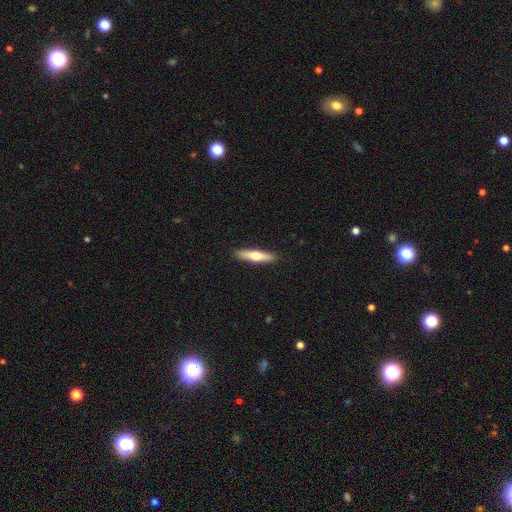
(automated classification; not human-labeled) smooth-or-featured: smooth: 56% | featured or disk: 39% | star or artifact: 5%
  how-rounded: cigar-shaped: 80% | in between: 18% | round: 2%
  merging: none: 91% | minor disturbance: 7% | major disturbance: 1% | merger: 1%